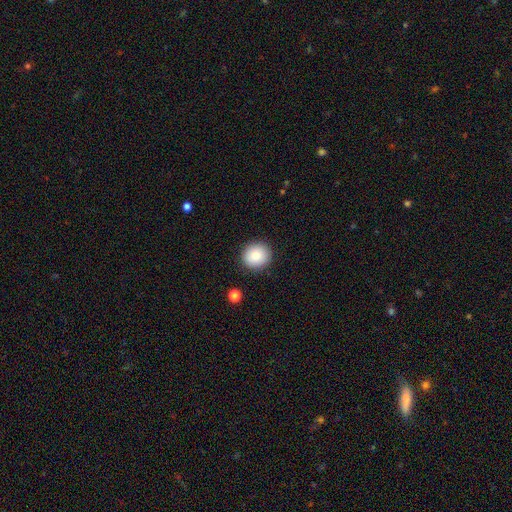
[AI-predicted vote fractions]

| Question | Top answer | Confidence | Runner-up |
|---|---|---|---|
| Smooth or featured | smooth | 86% | star or artifact (8%) |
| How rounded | round | 87% | in between (12%) |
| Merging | none | 90% | minor disturbance (7%) |